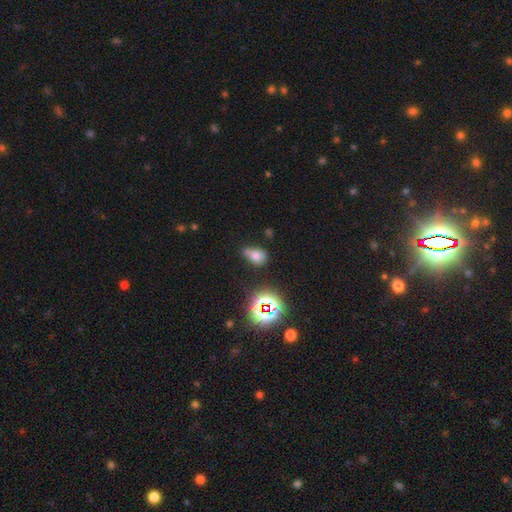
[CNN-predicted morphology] smooth 66%, star or artifact 21%, featured or disk 13%. Down the decision tree: how rounded — in between (70%); merging — none (43%).